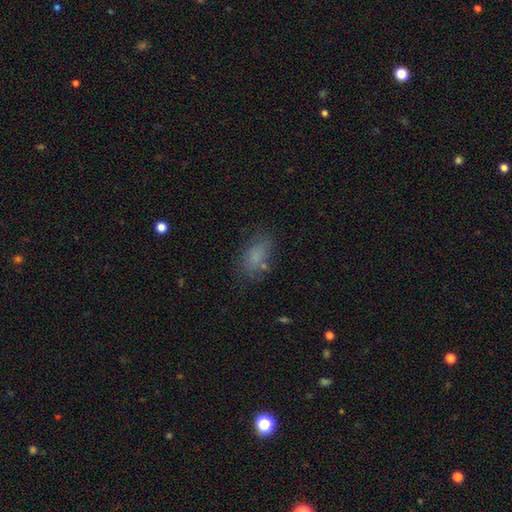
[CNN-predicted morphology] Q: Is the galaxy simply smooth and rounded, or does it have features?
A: smooth — 77%.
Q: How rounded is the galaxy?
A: in between — 87%.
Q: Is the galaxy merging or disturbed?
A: none — 71%.